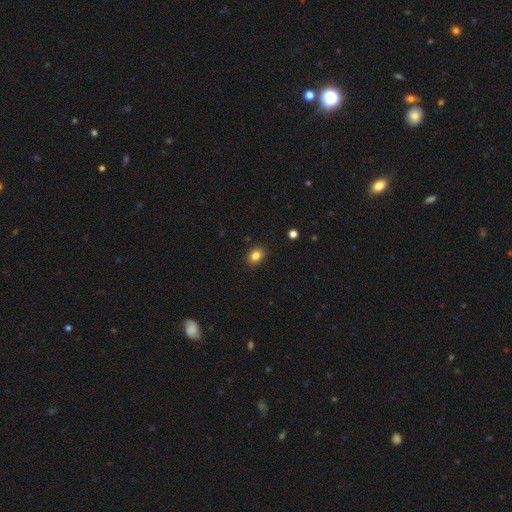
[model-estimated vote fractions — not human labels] A smooth galaxy with no disk features (84%) that is in between round and cigar-shaped (69%). Merging: none (88%).